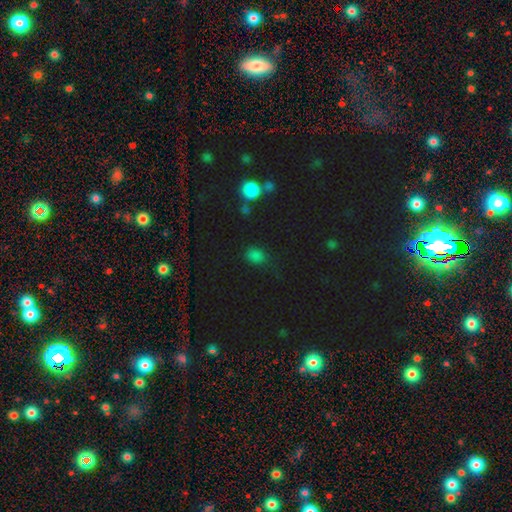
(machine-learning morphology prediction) Smooth or featured? smooth (77%)
How rounded? in between (60%)
Merging? none (69%)